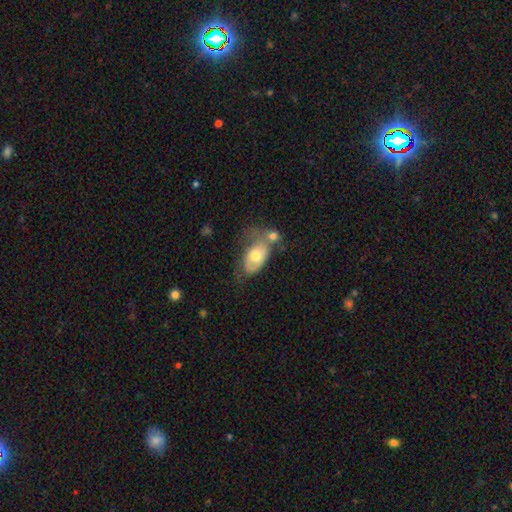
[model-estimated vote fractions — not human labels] This appears to be a smooth galaxy with no disk features (61%) that is in between round and cigar-shaped (88%). Merging: merger (37%).